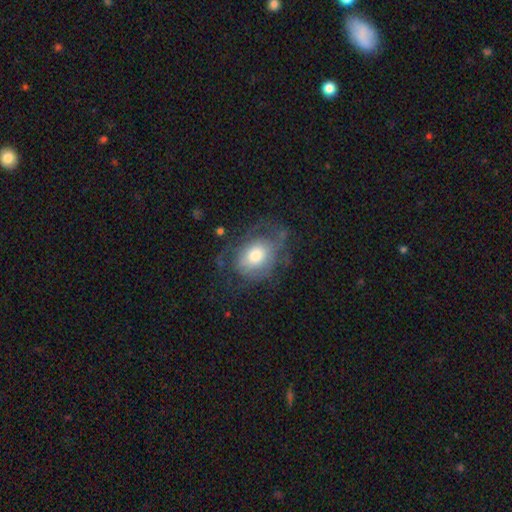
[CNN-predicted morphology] Smooth or featured: featured or disk — 50% (smooth — 42%)
Merging: none — 46% (major disturbance — 29%)